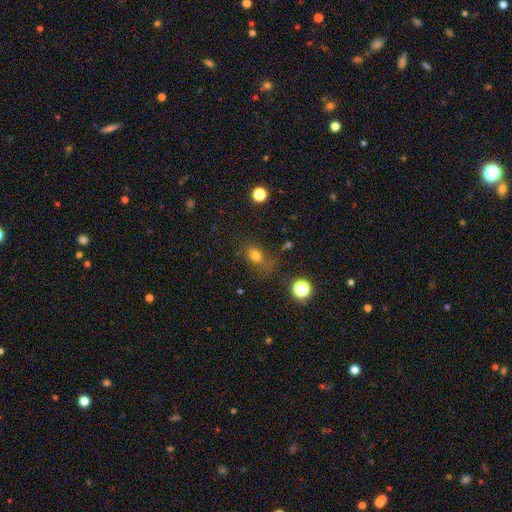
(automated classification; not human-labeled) Morphology: type=smooth (74%); roundness=in between (57%); merging=none (59%).